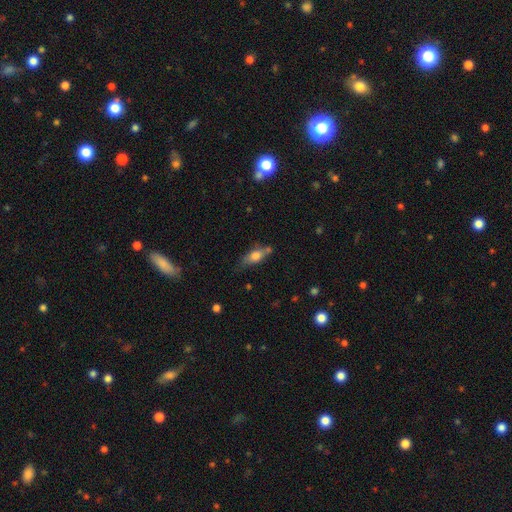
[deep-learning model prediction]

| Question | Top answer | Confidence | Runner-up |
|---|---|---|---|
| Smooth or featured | smooth | 67% | featured or disk (25%) |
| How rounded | in between | 70% | cigar-shaped (26%) |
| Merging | none | 56% | minor disturbance (25%) |